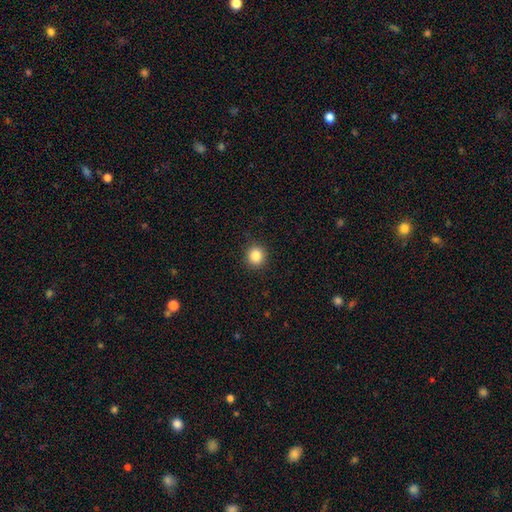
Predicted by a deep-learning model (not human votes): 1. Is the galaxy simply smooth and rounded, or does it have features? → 85% smooth, 11% star or artifact, 4% featured or disk.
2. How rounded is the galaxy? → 91% round, 8% in between, 1% cigar-shaped.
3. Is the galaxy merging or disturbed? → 91% none, 6% minor disturbance, 2% major disturbance, 1% merger.